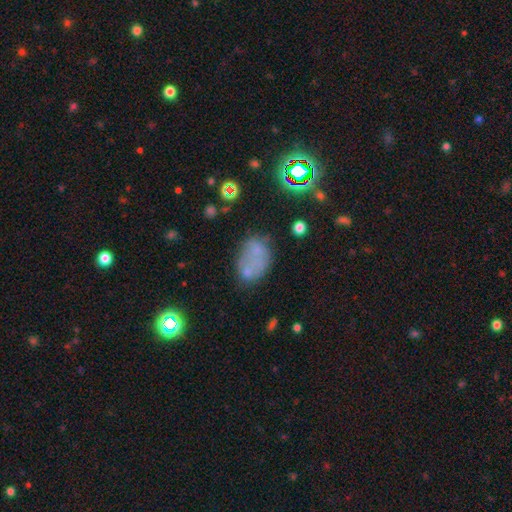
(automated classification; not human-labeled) This appears to be a smooth galaxy with no disk features (54%) that is in between round and cigar-shaped (81%). Merging: none (44%).